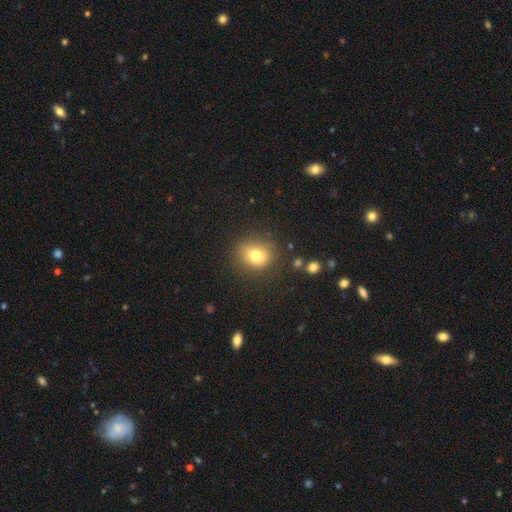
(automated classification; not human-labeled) This appears to be a smooth galaxy with no disk features (75%) that is round (72%). Merging: none (81%).